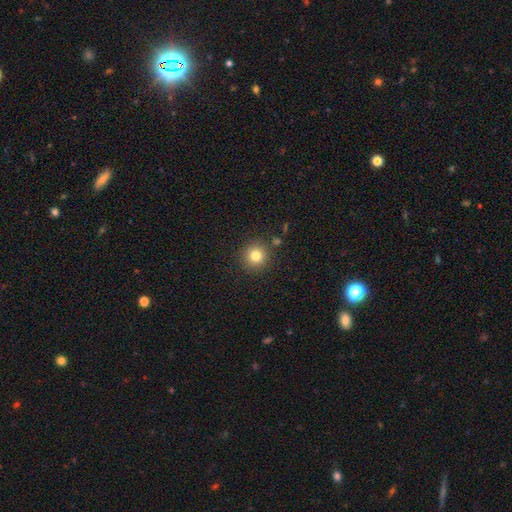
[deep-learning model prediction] A smooth galaxy with no disk features (80%) that is round (95%).

Vote fractions:
- Smooth or featured? smooth: 80% / star or artifact: 12% / featured or disk: 8%
- How rounded? round: 95% / in between: 4% / cigar-shaped: 1%
- Merging? none: 88% / minor disturbance: 7% / merger: 3% / major disturbance: 2%